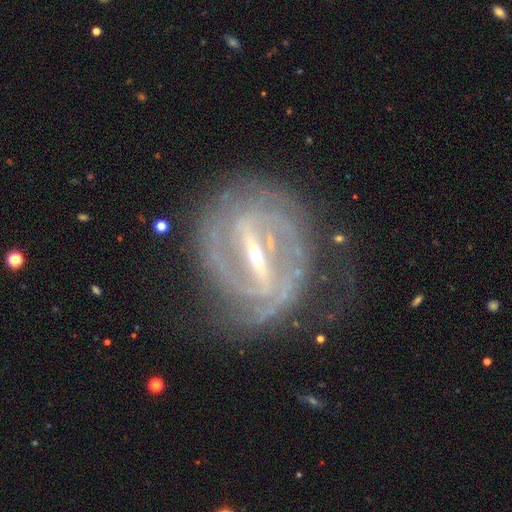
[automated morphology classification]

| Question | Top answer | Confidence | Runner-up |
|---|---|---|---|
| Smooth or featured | featured or disk | 90% | star or artifact (6%) |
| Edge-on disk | no | 93% | yes (7%) |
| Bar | strong | 79% | weak (17%) |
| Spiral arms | yes | 95% | no (5%) |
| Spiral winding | tight | 64% | medium (29%) |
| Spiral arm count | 2 | 39% | can't tell (22%) |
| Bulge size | small | 63% | moderate (31%) |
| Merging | none | 70% | minor disturbance (18%) |